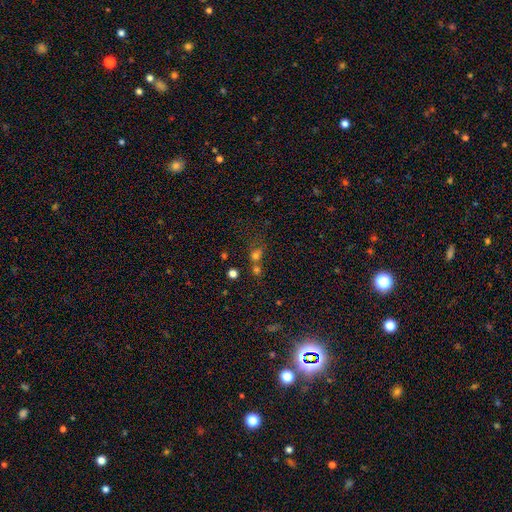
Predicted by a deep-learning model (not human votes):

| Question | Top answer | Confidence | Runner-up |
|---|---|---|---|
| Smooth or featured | smooth | 66% | star or artifact (22%) |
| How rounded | round | 73% | in between (25%) |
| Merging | merger | 45% | none (39%) |